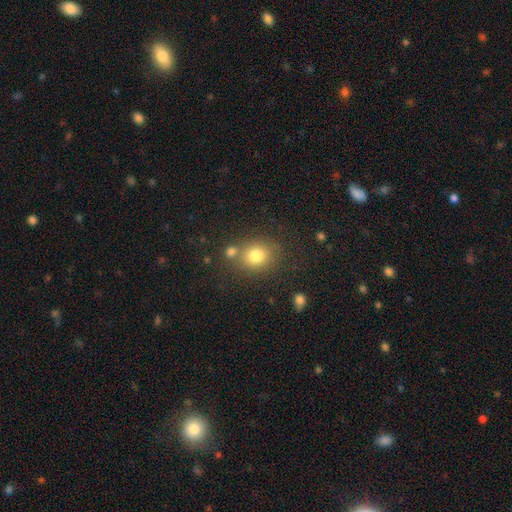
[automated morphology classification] The model was most divided on "how rounded": round: 71%, in between: 28%, cigar-shaped: 1%. More confident: smooth or featured — smooth (78%); merging — none (67%).